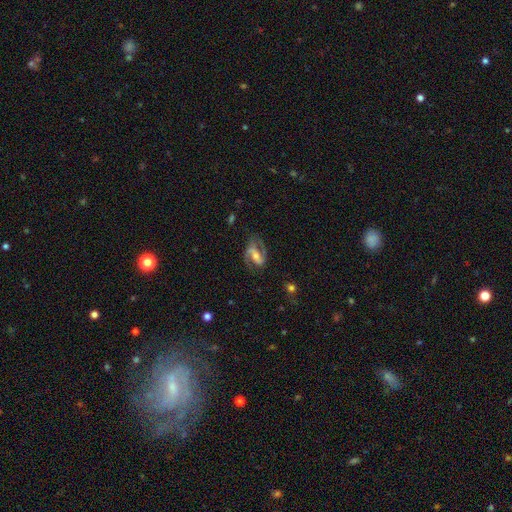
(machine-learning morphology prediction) Smooth or featured: featured or disk — 85% (smooth — 9%)
Edge-on disk: no — 97% (yes — 3%)
Bar: strong — 42% (weak — 38%)
Spiral arms: yes — 95% (no — 5%)
Spiral winding: medium — 52% (loose — 29%)
Spiral arm count: 2 — 90% (1 — 4%)
Bulge size: moderate — 51% (small — 37%)
Merging: none — 71% (minor disturbance — 17%)